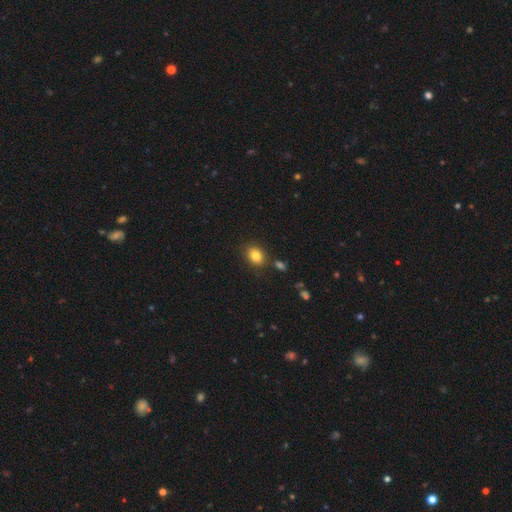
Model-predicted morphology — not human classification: Smooth or featured? Predicted: smooth (p=0.83). How rounded? Predicted: in between (p=0.61). Merging? Predicted: none (p=0.81).